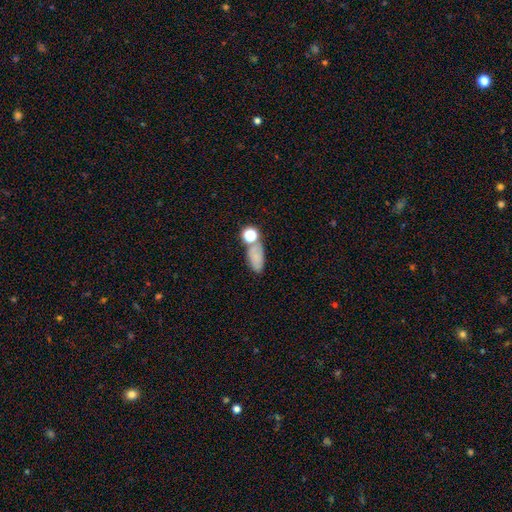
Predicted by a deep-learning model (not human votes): A smooth galaxy with no disk features (72%) that is in between round and cigar-shaped (82%). Merging: none (52%).